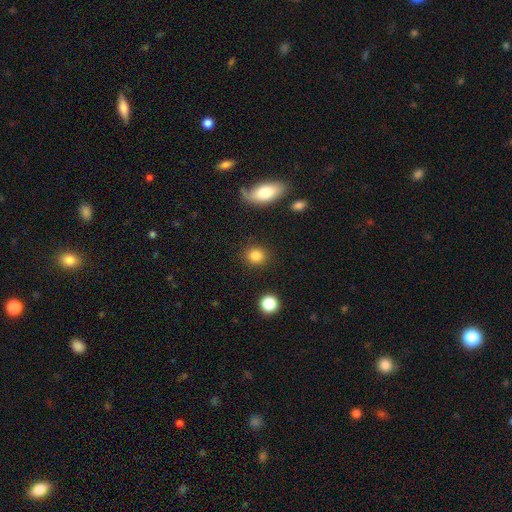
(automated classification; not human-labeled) Q: Smooth or featured?
A: smooth (85%); runner-up: star or artifact (10%)
Q: How rounded?
A: round (80%); runner-up: in between (19%)
Q: Merging?
A: none (89%); runner-up: minor disturbance (7%)